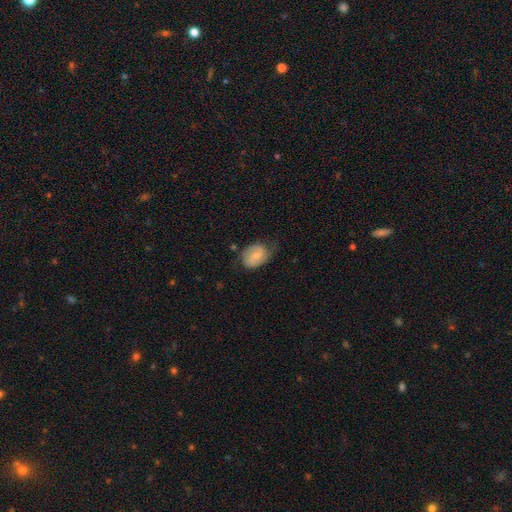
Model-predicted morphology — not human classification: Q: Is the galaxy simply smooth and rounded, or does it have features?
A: smooth — 47%.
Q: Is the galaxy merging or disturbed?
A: none — 56%.